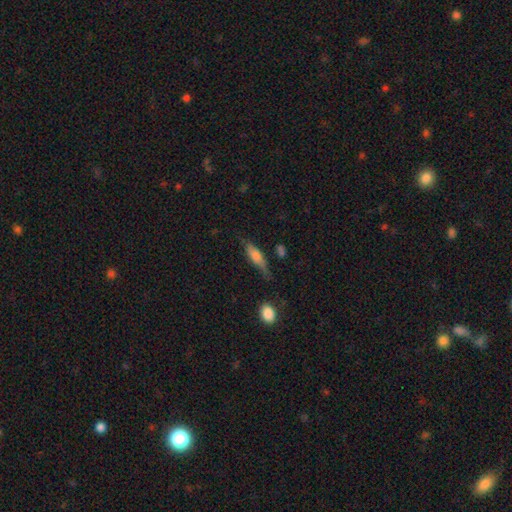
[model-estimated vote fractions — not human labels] Morphology: type=smooth (62%); roundness=cigar-shaped (57%); merging=none (61%).